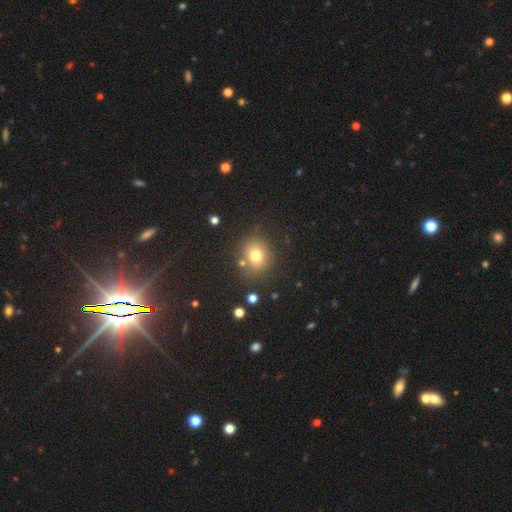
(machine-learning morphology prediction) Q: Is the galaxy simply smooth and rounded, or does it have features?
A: smooth — 75%.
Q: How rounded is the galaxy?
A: round — 74%.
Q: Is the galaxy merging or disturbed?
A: none — 78%.